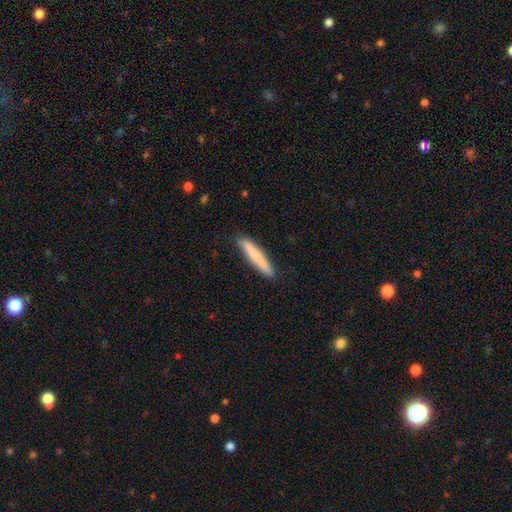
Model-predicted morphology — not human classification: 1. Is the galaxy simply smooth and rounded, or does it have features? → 77% smooth, 17% featured or disk, 6% star or artifact.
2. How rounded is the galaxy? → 94% cigar-shaped, 5% in between, 1% round.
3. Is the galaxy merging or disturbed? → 89% none, 8% minor disturbance, 2% major disturbance, 1% merger.